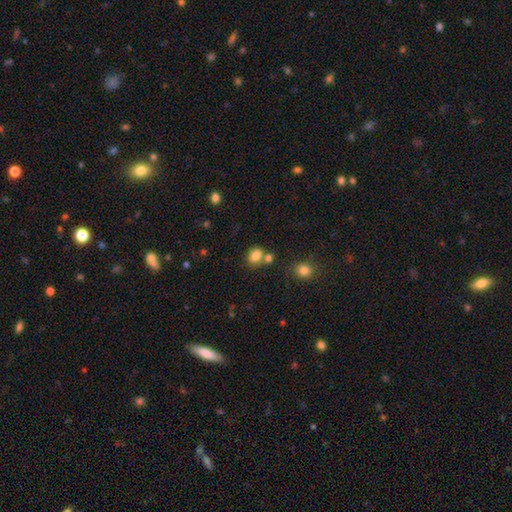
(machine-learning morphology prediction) Smooth or featured? smooth (82%)
How rounded? in between (56%)
Merging? none (58%)